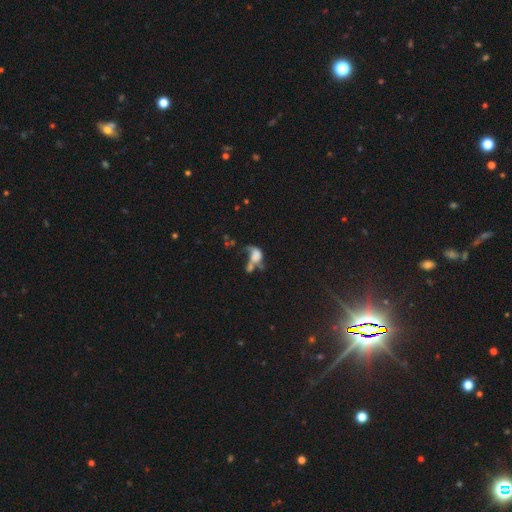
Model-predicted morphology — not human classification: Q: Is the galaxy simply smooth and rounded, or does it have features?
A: smooth — 49%.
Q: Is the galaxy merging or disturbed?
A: merger — 46%.